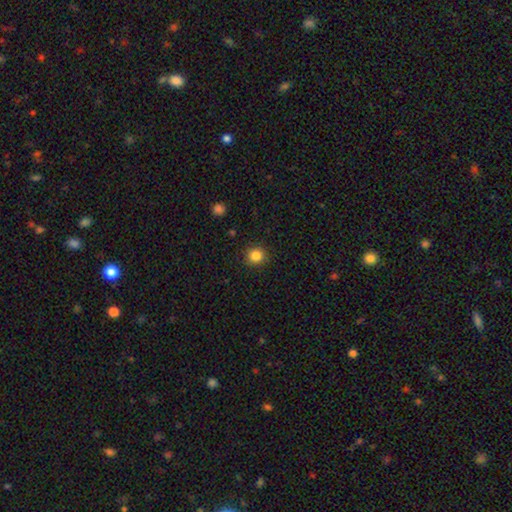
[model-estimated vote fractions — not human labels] Smooth or featured: smooth — 85% (star or artifact — 11%)
How rounded: round — 92% (in between — 8%)
Merging: none — 91% (minor disturbance — 6%)